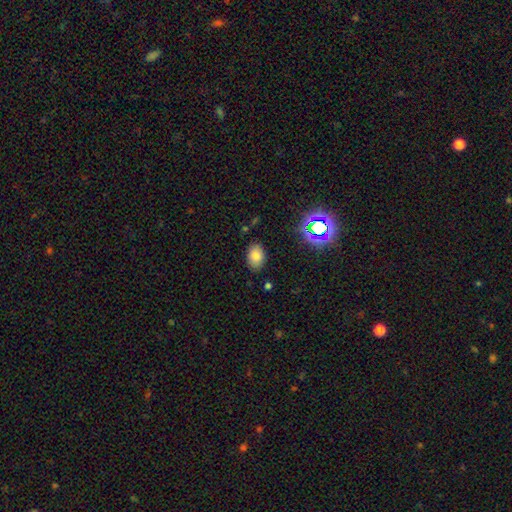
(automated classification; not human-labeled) Q: Smooth or featured?
A: smooth (79%); runner-up: star or artifact (13%)
Q: How rounded?
A: in between (85%); runner-up: round (14%)
Q: Merging?
A: none (83%); runner-up: minor disturbance (12%)